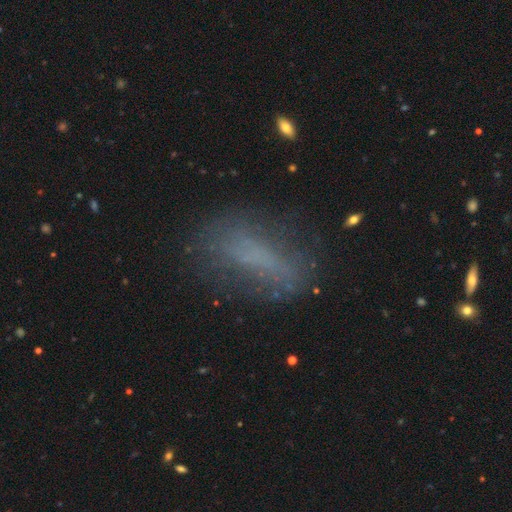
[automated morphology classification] type=smooth (55%); roundness=in between (67%); merging=none (63%).